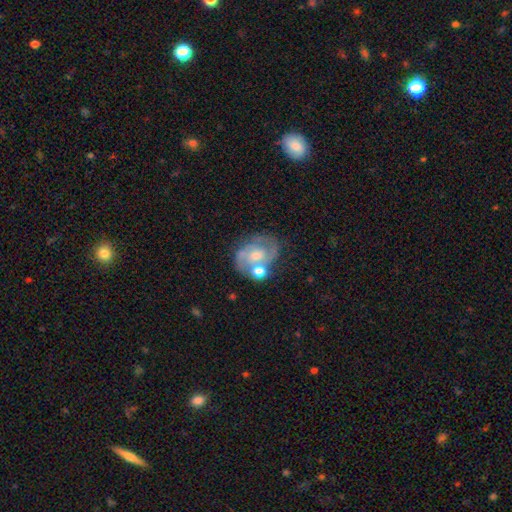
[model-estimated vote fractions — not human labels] featured or disk 74%, smooth 18%, star or artifact 9%. Down the decision tree: edge-on disk — no (97%); bar — no (59%); spiral arms — yes (85%); spiral arm count — 2 (67%); spiral winding — medium (46%); bulge size — moderate (53%); merging — none (54%).